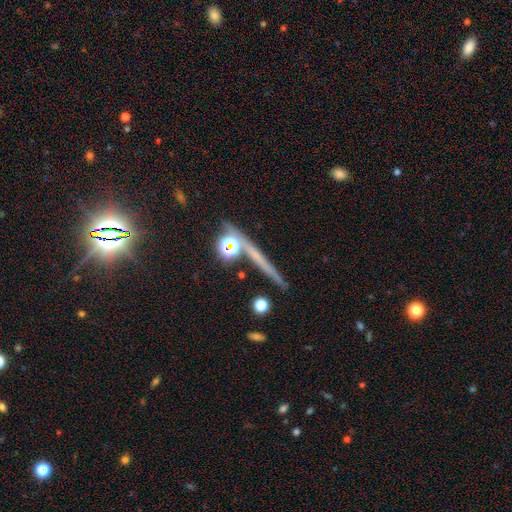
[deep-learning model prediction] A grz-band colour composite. It shows a featured or disk galaxy (36%). Merging: none (79%).